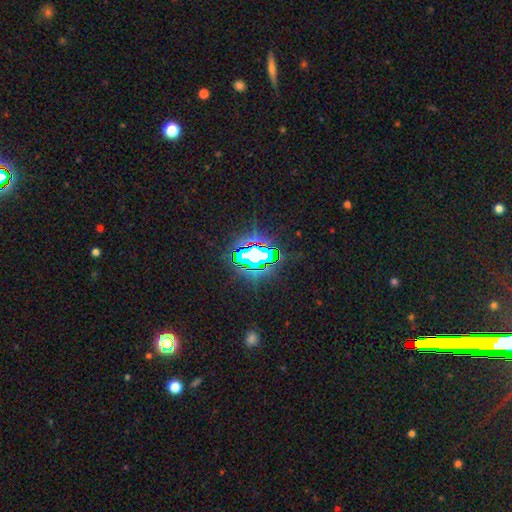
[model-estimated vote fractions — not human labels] A star or artifact, not a galaxy (76%).